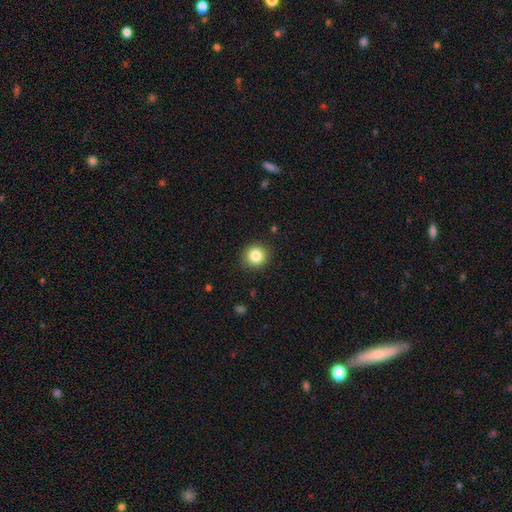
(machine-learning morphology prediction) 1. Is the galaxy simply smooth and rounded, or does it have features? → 84% smooth, 10% star or artifact, 6% featured or disk.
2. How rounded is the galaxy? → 90% round, 9% in between, 1% cigar-shaped.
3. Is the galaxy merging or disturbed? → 90% none, 7% minor disturbance, 2% major disturbance, 1% merger.